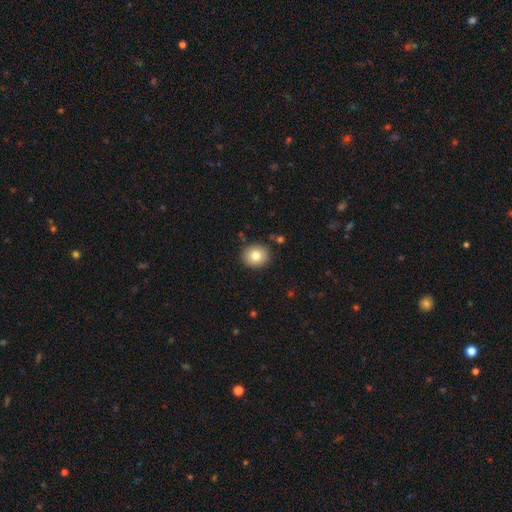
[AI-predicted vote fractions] Morphology: type=smooth (79%); roundness=round (78%); merging=none (88%).